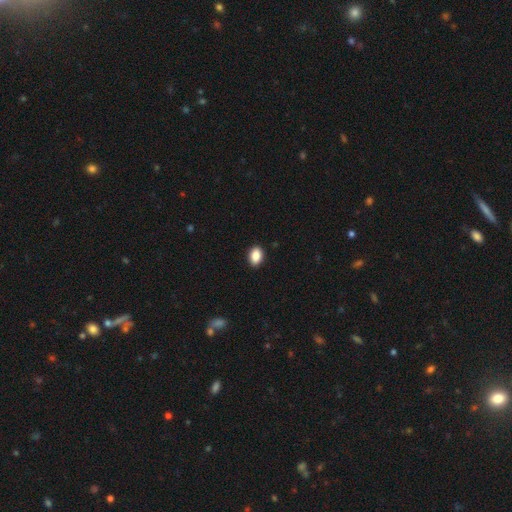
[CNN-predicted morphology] The model was most divided on "how rounded": in between: 84%, round: 15%, cigar-shaped: 1%. More confident: merging — none (91%); smooth or featured — smooth (88%).